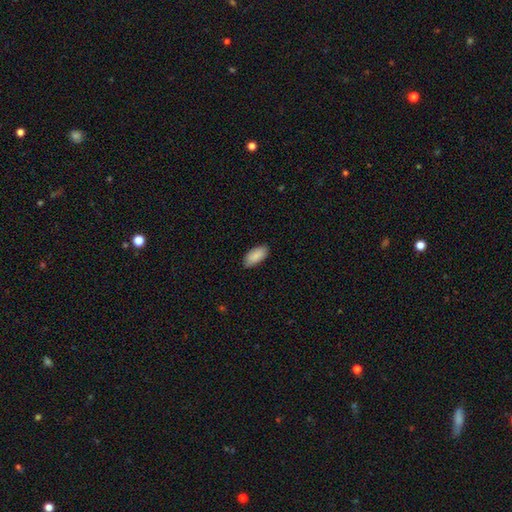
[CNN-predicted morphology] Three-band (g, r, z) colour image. It shows a smooth galaxy with no disk features (89%) that is in between round and cigar-shaped (92%). Merging: none (84%).